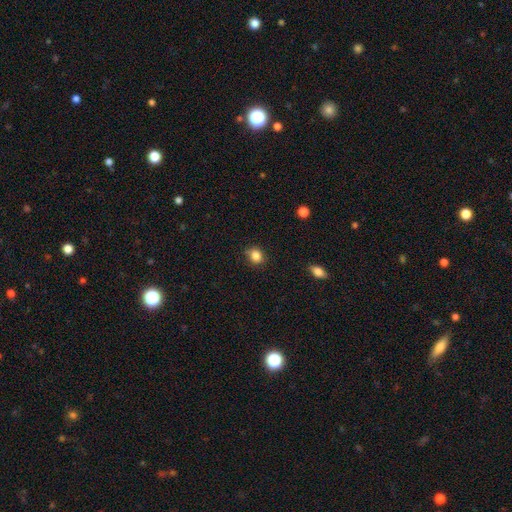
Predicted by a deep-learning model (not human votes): Smooth or featured? smooth (85%)
How rounded? round (65%)
Merging? none (78%)